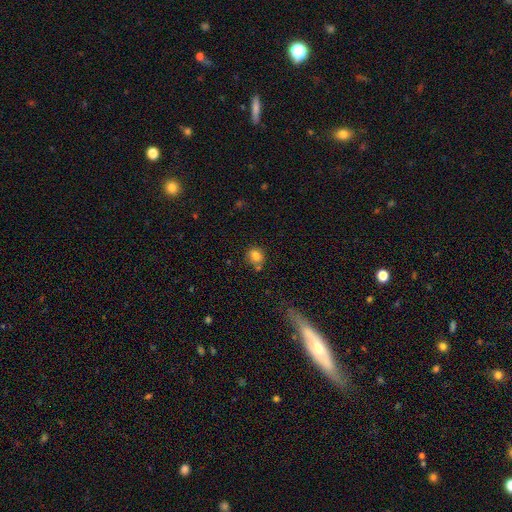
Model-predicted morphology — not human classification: Q: Smooth or featured?
A: smooth (82%); runner-up: star or artifact (11%)
Q: How rounded?
A: round (70%); runner-up: in between (29%)
Q: Merging?
A: none (69%); runner-up: minor disturbance (15%)